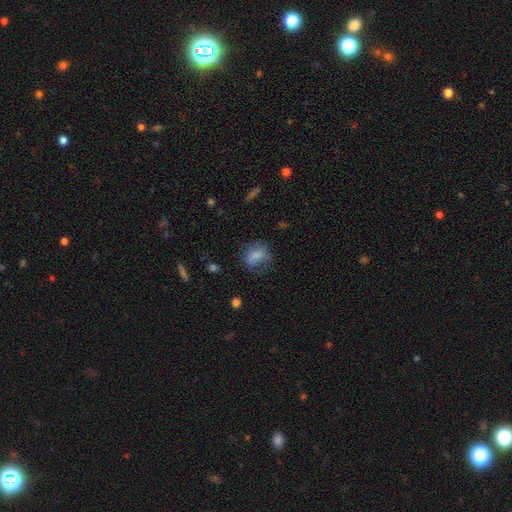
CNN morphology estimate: This appears to be a smooth galaxy with no disk features (70%) that is in between round and cigar-shaped (58%). Merging: none (52%).